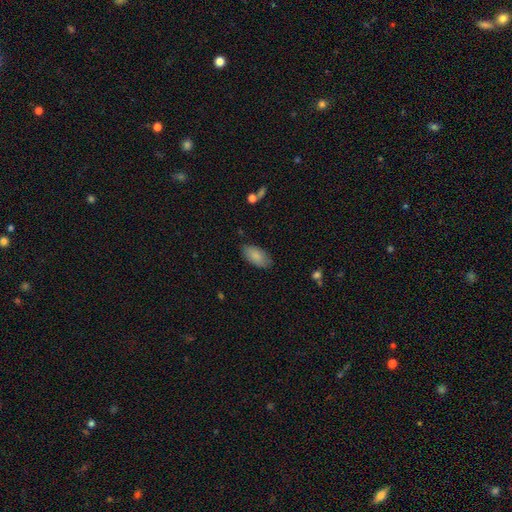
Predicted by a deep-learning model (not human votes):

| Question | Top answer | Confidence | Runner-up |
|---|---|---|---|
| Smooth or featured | smooth | 86% | featured or disk (8%) |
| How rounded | in between | 93% | cigar-shaped (4%) |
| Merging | none | 82% | minor disturbance (14%) |